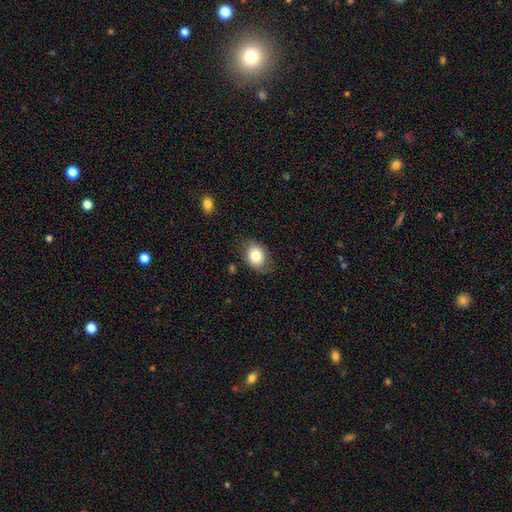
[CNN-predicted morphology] A smooth galaxy with no disk features (79%) that is in between round and cigar-shaped (65%).

Vote fractions:
- Smooth or featured? smooth: 79% / featured or disk: 13% / star or artifact: 8%
- How rounded? in between: 65% / round: 34% / cigar-shaped: 1%
- Merging? none: 75% / minor disturbance: 19% / major disturbance: 5% / merger: 2%